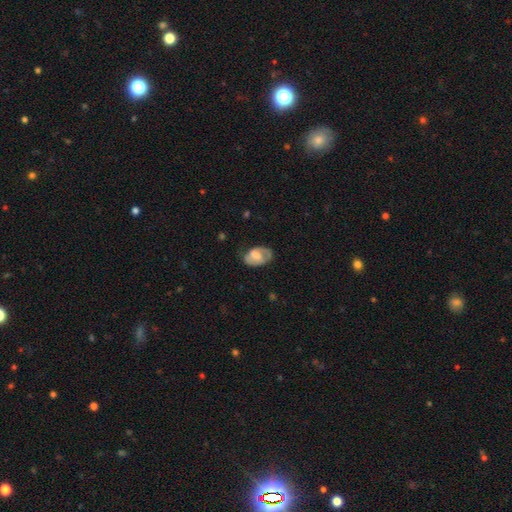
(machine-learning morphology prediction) smooth 47%, featured or disk 46%, star or artifact 7%. Down the decision tree: merging — none (59%).